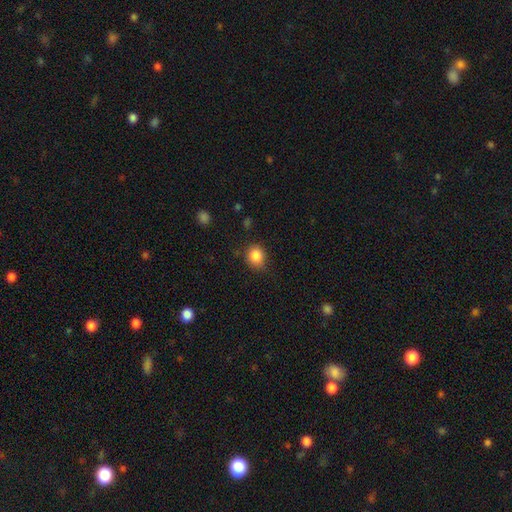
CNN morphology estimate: Smooth or featured? Predicted: smooth (p=0.85). How rounded? Predicted: round (p=0.70). Merging? Predicted: none (p=0.76).